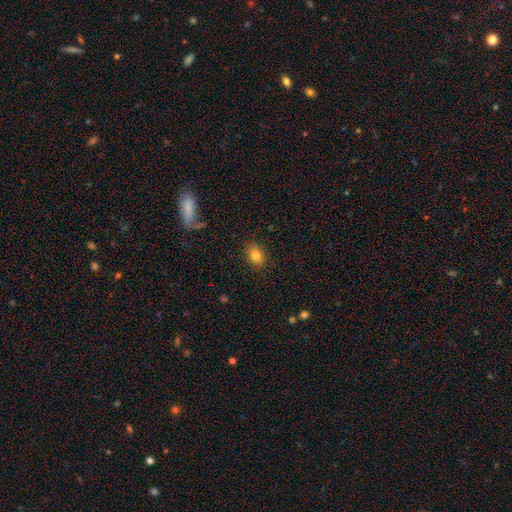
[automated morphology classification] Overall: smooth (81%). How rounded: in between (63%; round 35%). Merging: none (87%).